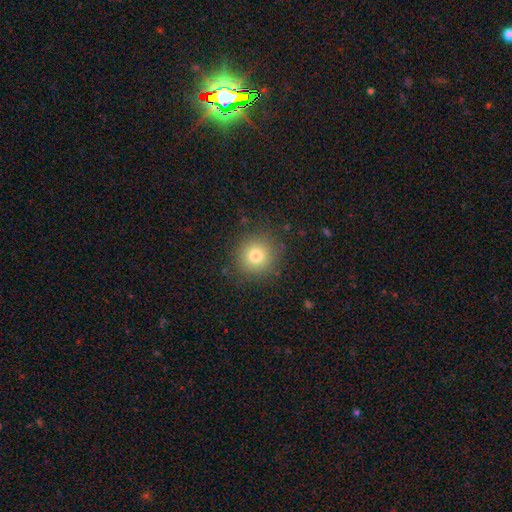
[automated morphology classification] smooth 78%, star or artifact 13%, featured or disk 9%. Down the decision tree: how rounded — round (93%); merging — none (87%).